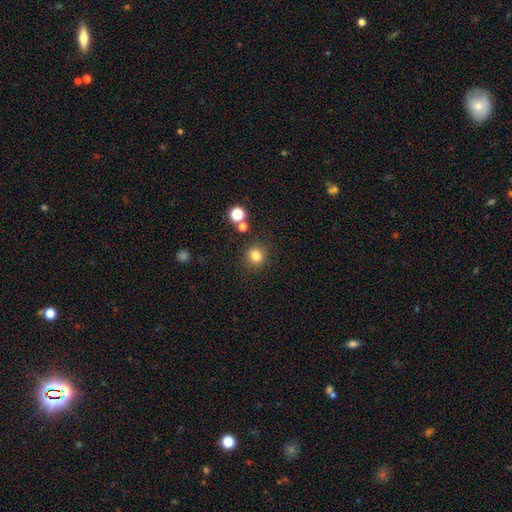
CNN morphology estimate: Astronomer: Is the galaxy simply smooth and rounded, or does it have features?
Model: smooth — 81%.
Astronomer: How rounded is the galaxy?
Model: round — 86%.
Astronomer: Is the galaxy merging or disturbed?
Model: none — 85%.